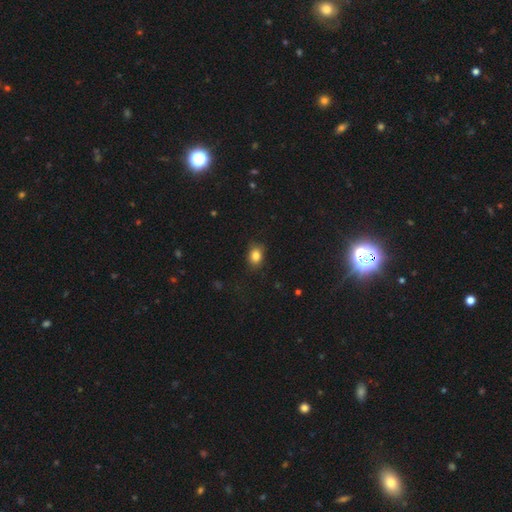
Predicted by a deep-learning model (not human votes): Smooth or featured? smooth (84%)
How rounded? in between (65%)
Merging? none (81%)